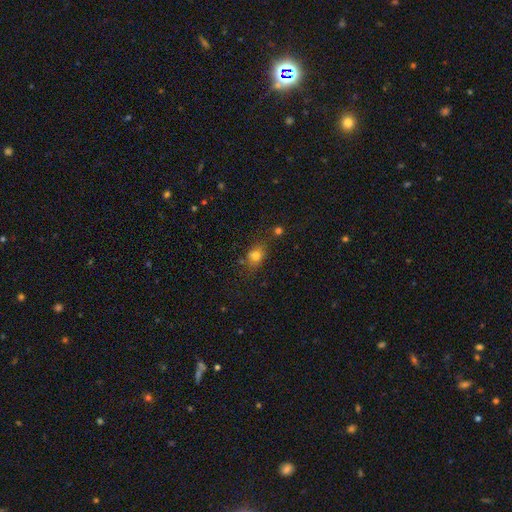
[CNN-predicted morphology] smooth-or-featured: smooth: 76% | star or artifact: 14% | featured or disk: 10%
  how-rounded: in between: 51% | round: 47% | cigar-shaped: 2%
  merging: none: 67% | minor disturbance: 19% | merger: 8% | major disturbance: 6%